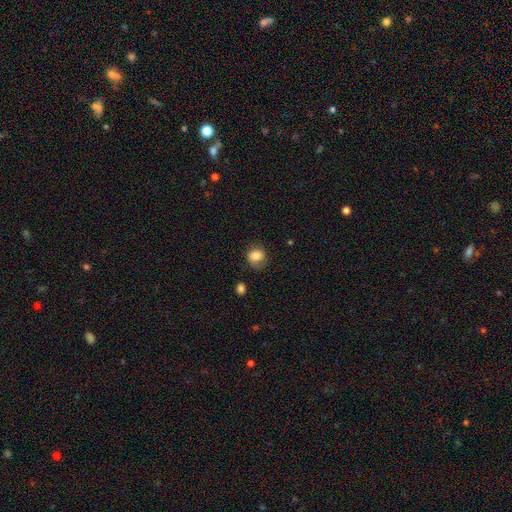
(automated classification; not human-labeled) Q: Smooth or featured?
A: smooth (70%); runner-up: featured or disk (21%)
Q: How rounded?
A: round (64%); runner-up: in between (35%)
Q: Merging?
A: none (65%); runner-up: minor disturbance (23%)